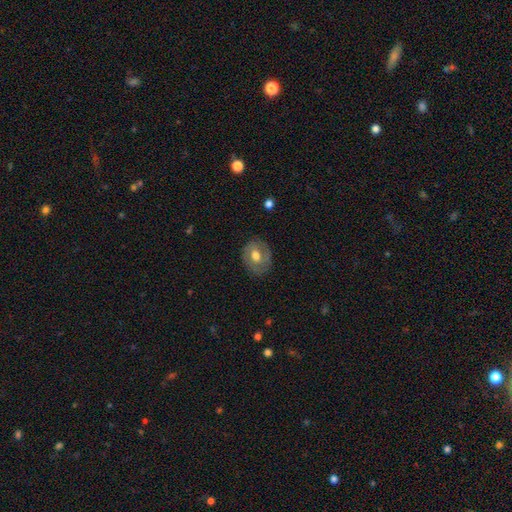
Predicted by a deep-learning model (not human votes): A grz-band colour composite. It shows a smooth galaxy with no disk features (50%). Merging: none (80%).